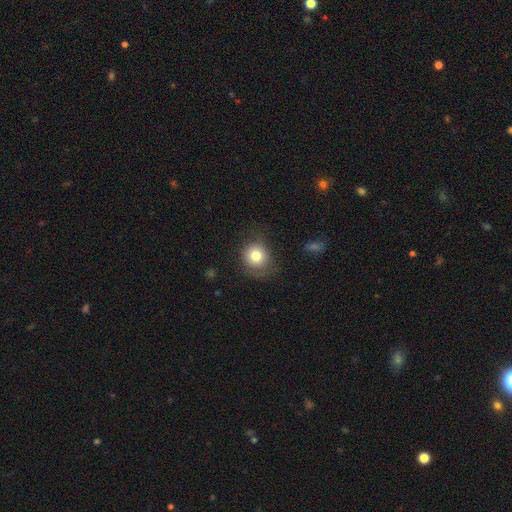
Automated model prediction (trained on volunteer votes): smooth-or-featured: smooth: 76% | featured or disk: 13% | star or artifact: 10%
  how-rounded: round: 87% | in between: 12% | cigar-shaped: 1%
  merging: none: 68% | minor disturbance: 20% | major disturbance: 11% | merger: 2%